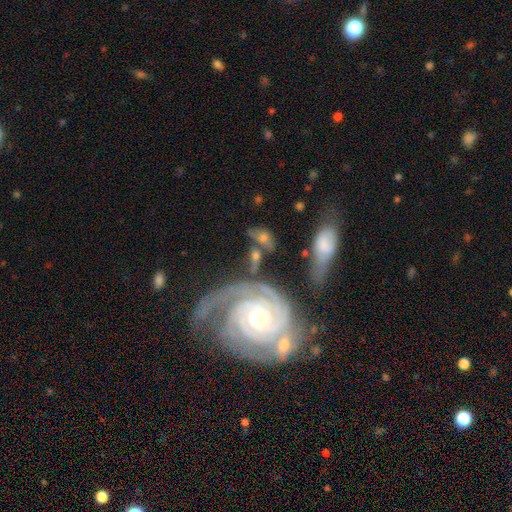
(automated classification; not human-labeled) Smooth or featured?
  - featured or disk: 63% *
  - smooth: 30%
  - star or artifact: 7%
Edge-on disk?
  - no: 90% *
  - yes: 10%
Bar?
  - no: 64% *
  - weak: 25%
  - strong: 11%
Spiral arms?
  - yes: 86% *
  - no: 14%
Bulge size?
  - moderate: 48% *
  - small: 37%
  - large: 9%
  - none: 4%
  - dominant: 2%
Merging?
  - none: 47% *
  - merger: 23%
  - minor disturbance: 18%
  - major disturbance: 12%